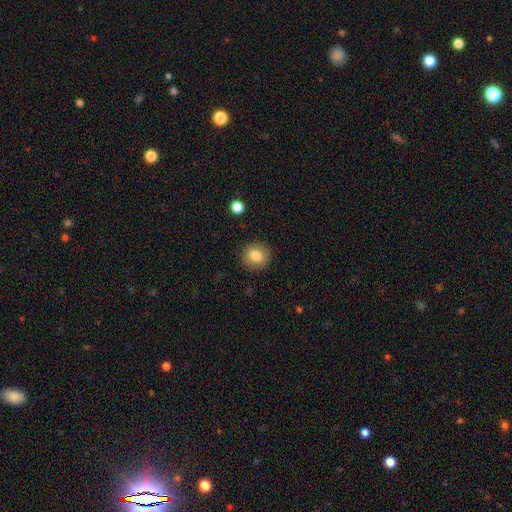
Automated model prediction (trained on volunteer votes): smooth-or-featured: smooth: 82% | star or artifact: 9% | featured or disk: 9%
  how-rounded: round: 84% | in between: 16% | cigar-shaped: 1%
  merging: none: 89% | minor disturbance: 7% | major disturbance: 2% | merger: 1%